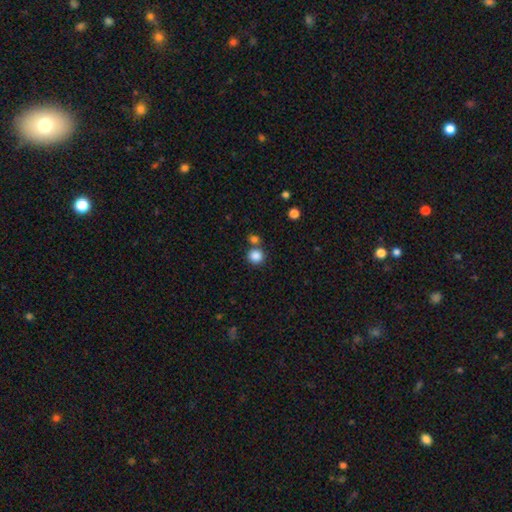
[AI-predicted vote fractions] Smooth or featured? smooth (85%)
How rounded? round (92%)
Merging? none (71%)